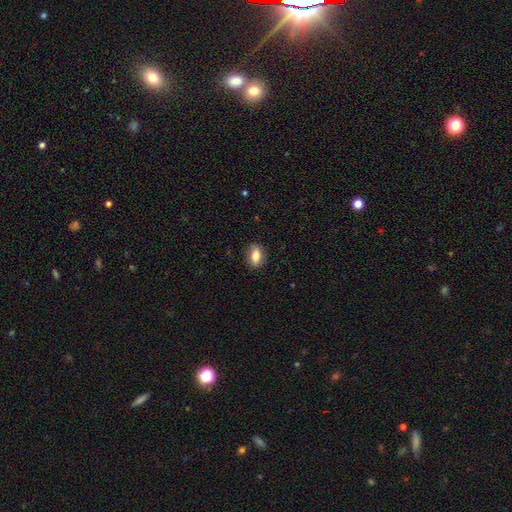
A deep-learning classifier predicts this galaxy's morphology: Q: Smooth or featured?
A: smooth (81%); runner-up: featured or disk (11%)
Q: How rounded?
A: in between (84%); runner-up: round (12%)
Q: Merging?
A: none (86%); runner-up: minor disturbance (11%)